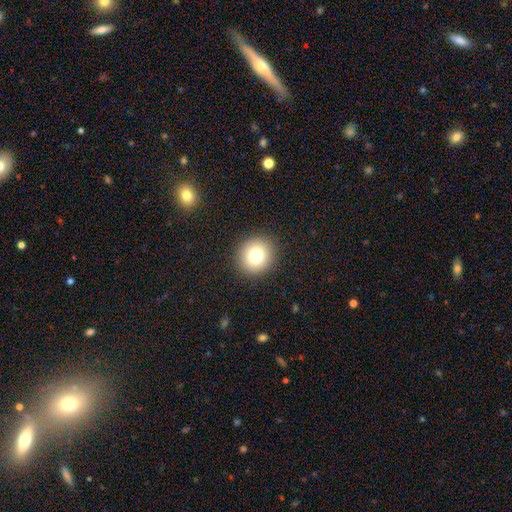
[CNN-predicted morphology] Smooth or featured? Predicted: smooth (p=0.80). How rounded? Predicted: round (p=0.87). Merging? Predicted: none (p=0.91).